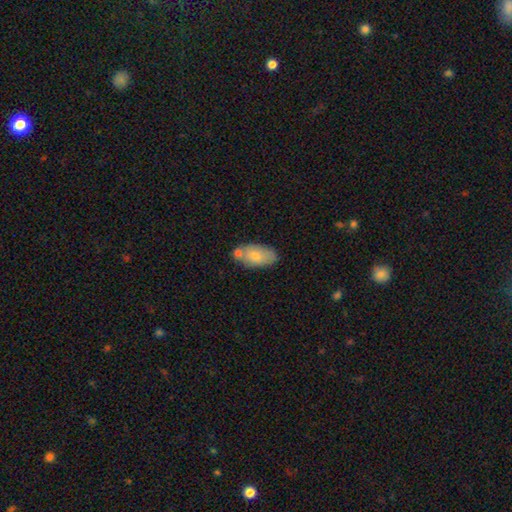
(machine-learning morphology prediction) Overall: smooth (78%). How rounded: in between (93%). Merging: none (60%).